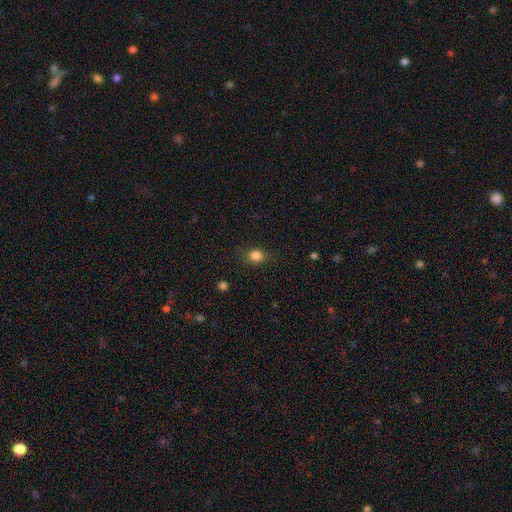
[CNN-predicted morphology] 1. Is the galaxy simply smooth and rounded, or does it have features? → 84% smooth, 11% star or artifact, 5% featured or disk.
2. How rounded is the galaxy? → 62% round, 37% in between, 1% cigar-shaped.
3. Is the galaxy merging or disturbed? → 83% none, 12% minor disturbance, 4% major disturbance, 1% merger.